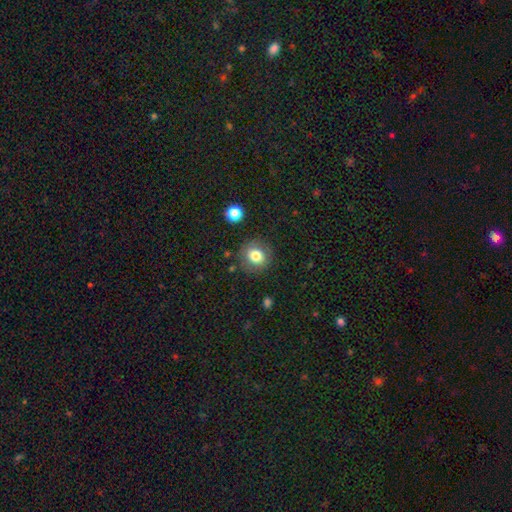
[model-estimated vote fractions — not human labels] Smooth or featured? smooth (79%)
How rounded? round (85%)
Merging? none (83%)